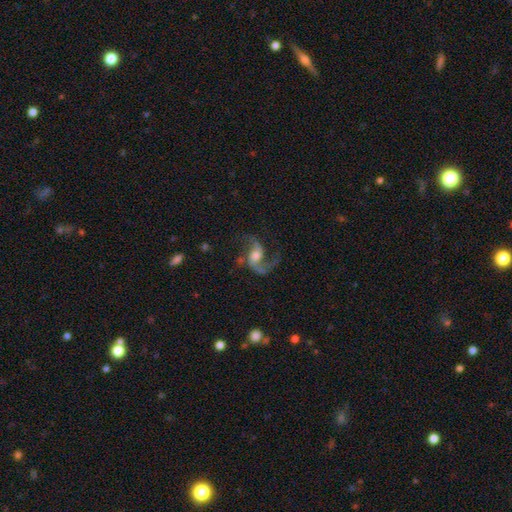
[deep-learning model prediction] smooth-or-featured: featured or disk: 85% | smooth: 8% | star or artifact: 7%
  disk-edge-on: no: 97% | yes: 3%
    bar: no: 44% | weak: 40% | strong: 16%
    has-spiral-arms: yes: 95% | no: 5%
      spiral-winding: loose: 66% | medium: 30% | tight: 5%
      spiral-arm-count: 2: 87% | 1: 6% | can't tell: 2% | 3: 2% | 4: 1% | more than 4: 1%
    bulge-size: moderate: 55% | small: 25% | large: 13% | none: 5% | dominant: 2%
  merging: none: 60% | major disturbance: 22% | minor disturbance: 16% | merger: 3%